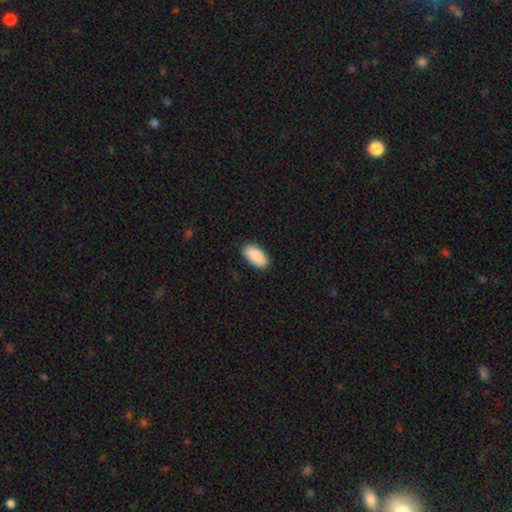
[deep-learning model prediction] Q: Smooth or featured?
A: smooth (91%); runner-up: star or artifact (6%)
Q: How rounded?
A: in between (95%); runner-up: cigar-shaped (3%)
Q: Merging?
A: none (88%); runner-up: minor disturbance (9%)